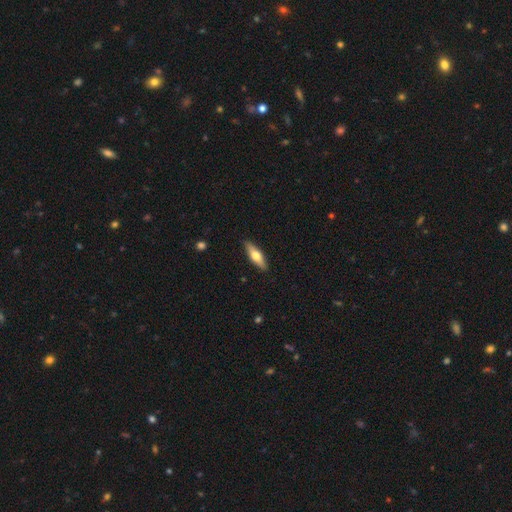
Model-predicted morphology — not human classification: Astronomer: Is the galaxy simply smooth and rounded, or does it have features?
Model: smooth — 53% (runner-up: featured or disk, 42%).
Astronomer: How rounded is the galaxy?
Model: cigar-shaped — 57% (runner-up: in between, 40%).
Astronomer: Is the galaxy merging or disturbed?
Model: none — 89%.